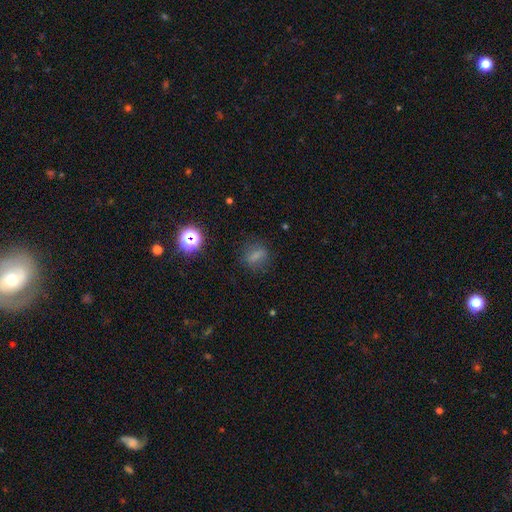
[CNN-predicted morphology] Smooth or featured? Predicted: smooth (p=0.67). How rounded? Predicted: in between (p=0.49). Merging? Predicted: none (p=0.78).